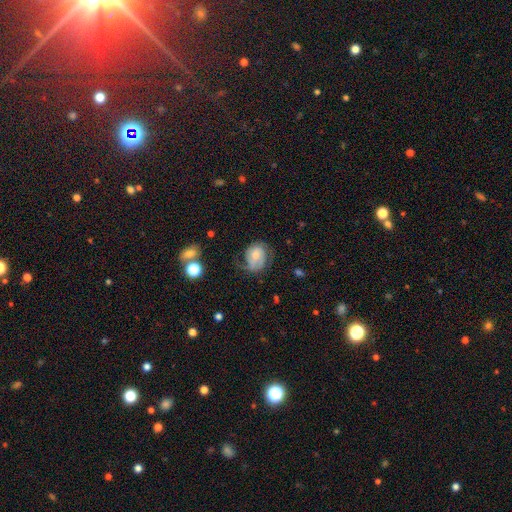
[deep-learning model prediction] Smooth or featured? featured or disk (53%)
Edge-on disk? no (97%)
Bar? no (70%)
Spiral arms? yes (80%)
Bulge size? small (47%)
Merging? none (44%)